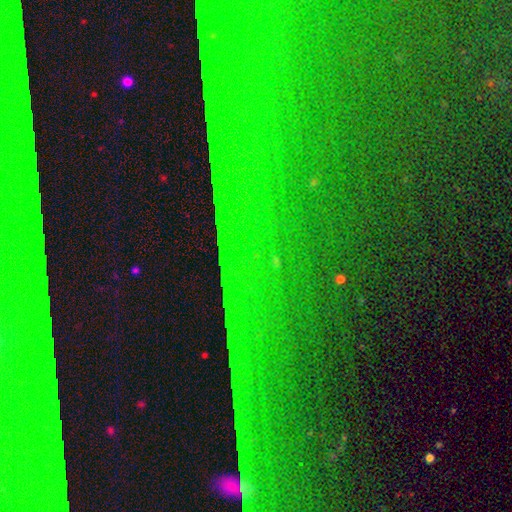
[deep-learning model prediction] Smooth or featured? star or artifact (83%)